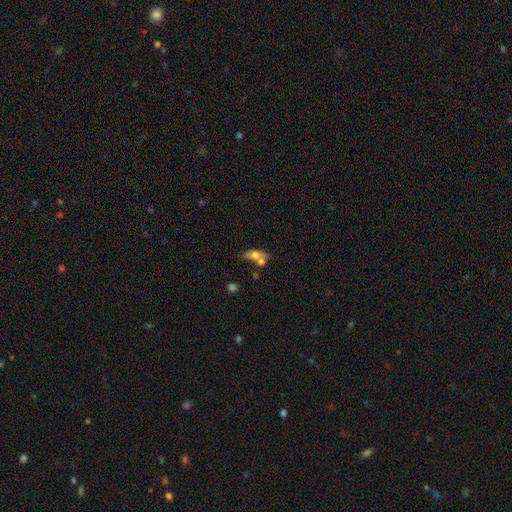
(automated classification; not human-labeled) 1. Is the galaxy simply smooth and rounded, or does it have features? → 63% smooth, 27% featured or disk, 9% star or artifact.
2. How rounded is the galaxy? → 72% in between, 16% round, 12% cigar-shaped.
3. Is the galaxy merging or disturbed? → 48% merger, 33% none, 12% minor disturbance, 7% major disturbance.